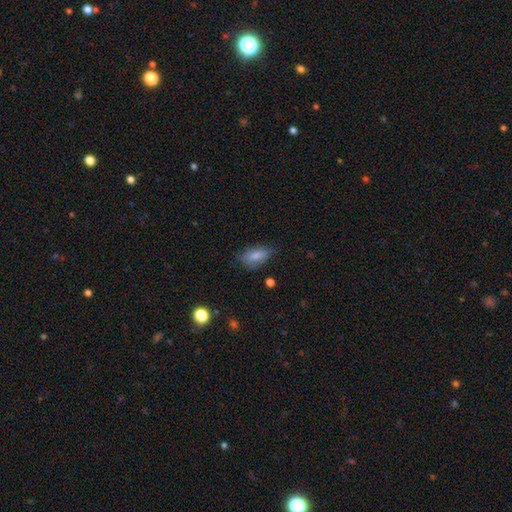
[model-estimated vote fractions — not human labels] smooth 79%, featured or disk 13%, star or artifact 8%. Down the decision tree: how rounded — in between (87%); merging — none (64%).